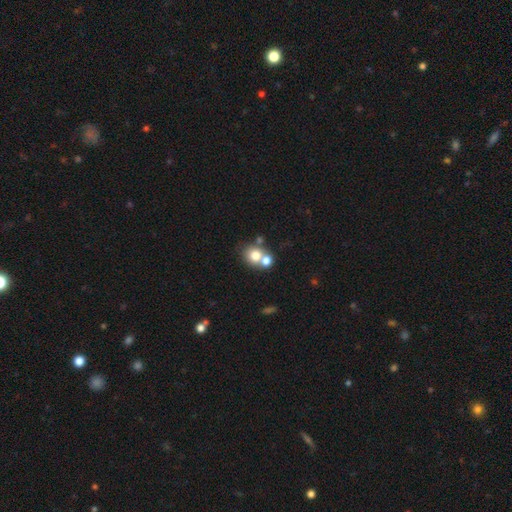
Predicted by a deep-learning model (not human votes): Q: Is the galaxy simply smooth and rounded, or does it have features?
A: smooth — 74%.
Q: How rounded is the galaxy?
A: round — 74%.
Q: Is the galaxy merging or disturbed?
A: merger — 47%.